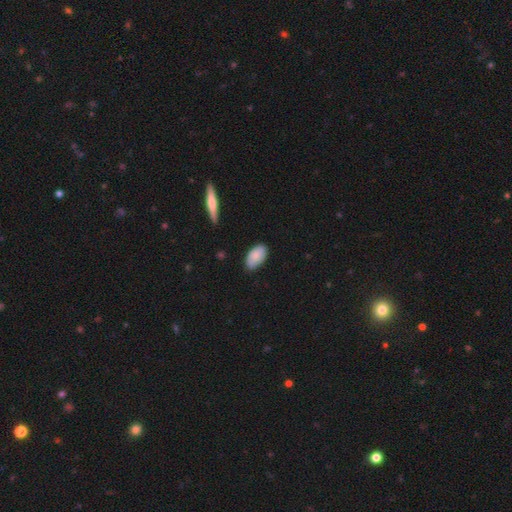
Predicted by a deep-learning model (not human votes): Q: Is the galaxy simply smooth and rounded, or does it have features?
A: smooth — 80%.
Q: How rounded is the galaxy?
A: in between — 95%.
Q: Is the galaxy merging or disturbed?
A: none — 77%.